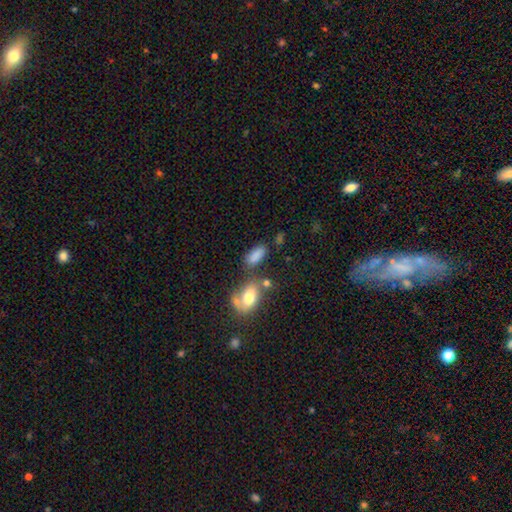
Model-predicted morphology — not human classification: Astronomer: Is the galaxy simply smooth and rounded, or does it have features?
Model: smooth — 83%.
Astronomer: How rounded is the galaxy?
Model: in between — 87%.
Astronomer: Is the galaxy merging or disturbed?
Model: none — 61%.